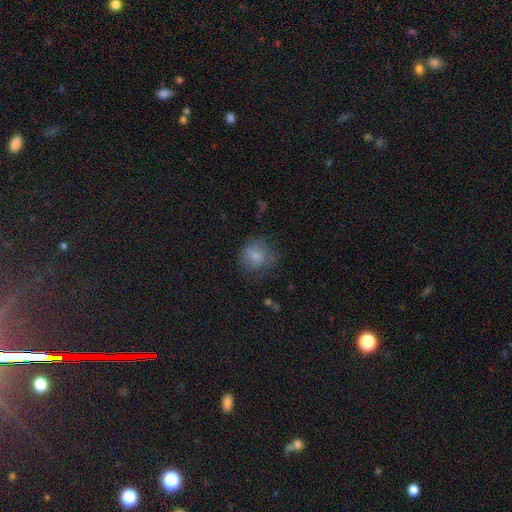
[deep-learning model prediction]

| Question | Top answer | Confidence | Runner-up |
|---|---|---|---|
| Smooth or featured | smooth | 78% | featured or disk (11%) |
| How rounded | round | 78% | in between (21%) |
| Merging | none | 65% | minor disturbance (22%) |